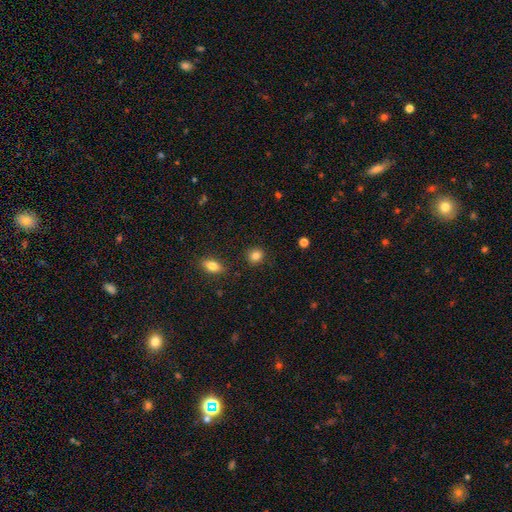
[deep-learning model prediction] Overall: smooth (84%). How rounded: round (84%). Merging: none (90%).